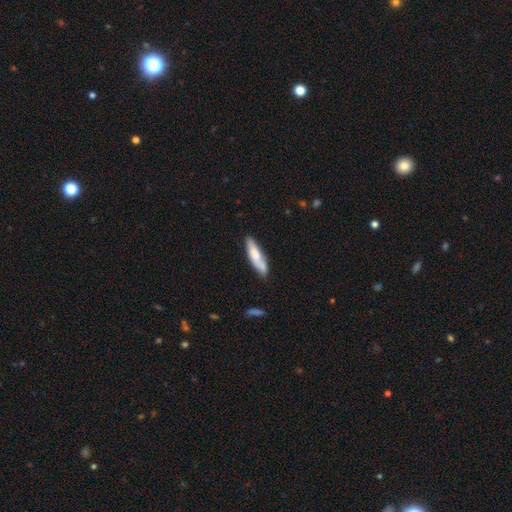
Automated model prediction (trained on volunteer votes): Q: Smooth or featured?
A: smooth (65%); runner-up: featured or disk (29%)
Q: How rounded?
A: cigar-shaped (68%); runner-up: in between (31%)
Q: Merging?
A: none (64%); runner-up: minor disturbance (22%)